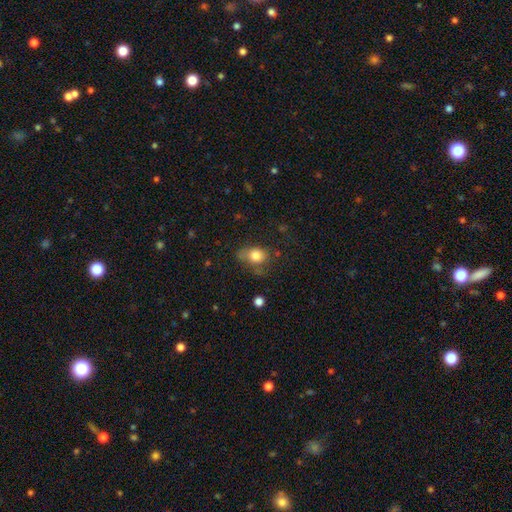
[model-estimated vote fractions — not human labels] smooth-or-featured: smooth: 79% | featured or disk: 12% | star or artifact: 9%
  how-rounded: in between: 68% | round: 31% | cigar-shaped: 2%
  merging: none: 49% | minor disturbance: 31% | major disturbance: 16% | merger: 4%